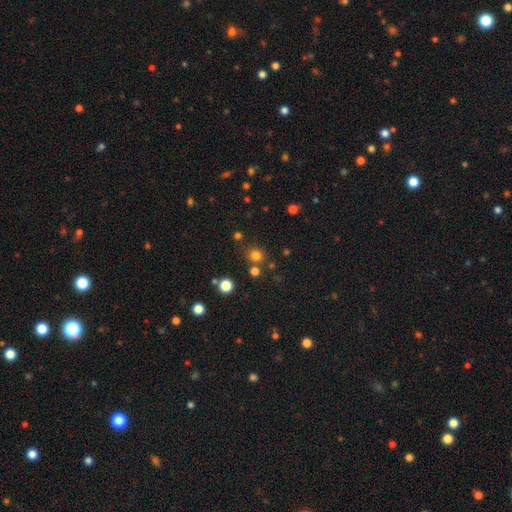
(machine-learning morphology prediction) A smooth galaxy with no disk features (75%) that is round (86%).

Vote fractions:
- Smooth or featured? smooth: 75% / star or artifact: 20% / featured or disk: 5%
- How rounded? round: 86% / in between: 13% / cigar-shaped: 1%
- Merging? none: 79% / merger: 9% / minor disturbance: 9% / major disturbance: 3%